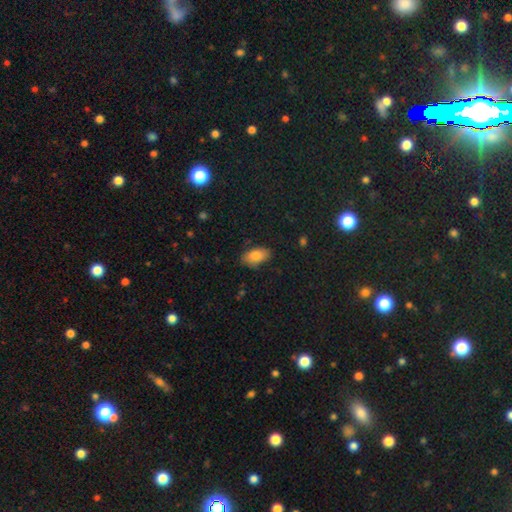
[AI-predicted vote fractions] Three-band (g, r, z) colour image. It shows a smooth galaxy with no disk features (82%) that is in between round and cigar-shaped (93%). Merging: none (78%).